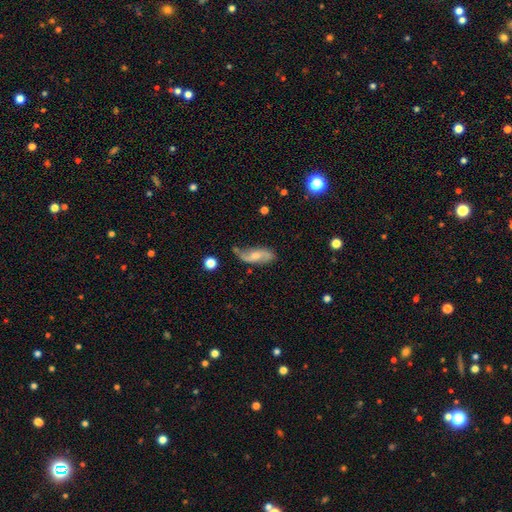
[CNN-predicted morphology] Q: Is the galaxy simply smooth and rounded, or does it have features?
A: featured or disk — 67%.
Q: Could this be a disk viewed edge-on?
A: no — 91%.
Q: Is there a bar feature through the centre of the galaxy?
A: no — 53%.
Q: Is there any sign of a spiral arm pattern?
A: yes — 90%.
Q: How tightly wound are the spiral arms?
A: loose — 74%.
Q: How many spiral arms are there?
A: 2 — 88%.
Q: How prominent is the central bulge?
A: moderate — 49%.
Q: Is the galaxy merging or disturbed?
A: none — 63%.